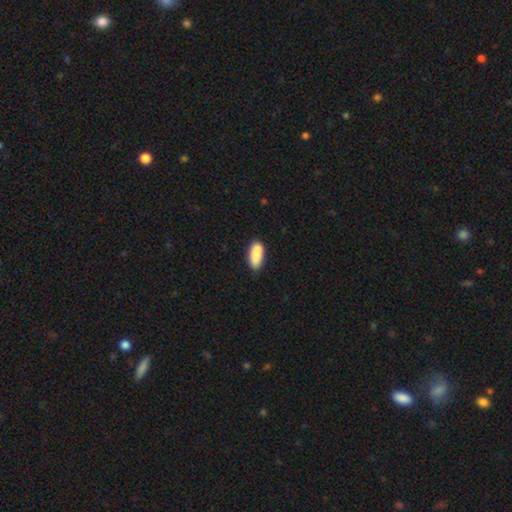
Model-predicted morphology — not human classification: smooth 81%, featured or disk 12%, star or artifact 7%. Down the decision tree: how rounded — in between (82%); merging — none (65%).